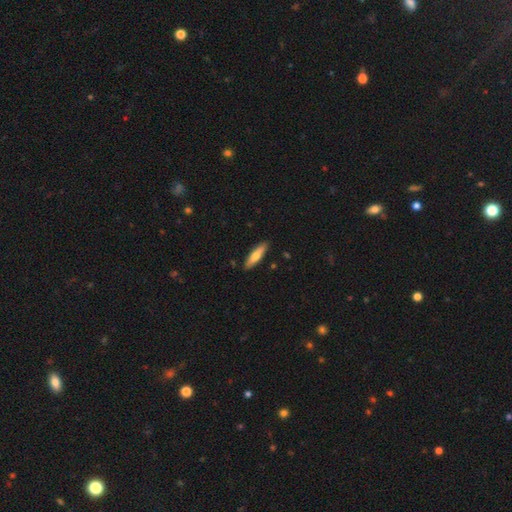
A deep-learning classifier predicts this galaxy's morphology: This is likely a smooth galaxy (69%). How rounded: likely cigar-shaped (69%). Merging: clearly none (89%).